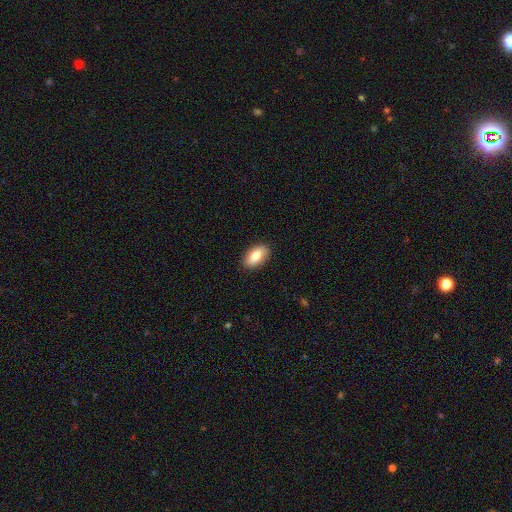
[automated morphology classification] A smooth galaxy with no disk features (82%) that is in between round and cigar-shaped (93%). Merging: none (89%).